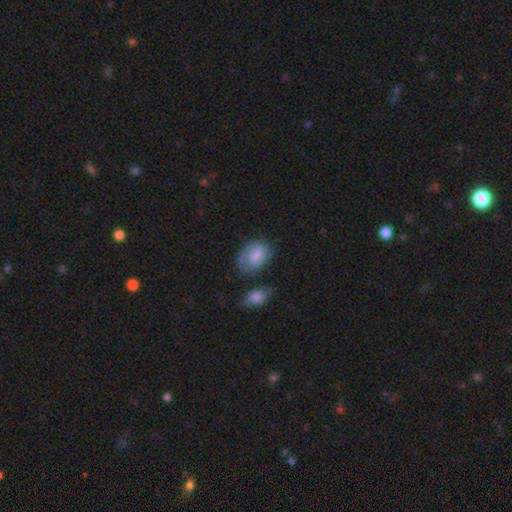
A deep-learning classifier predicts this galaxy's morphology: type=smooth (66%); roundness=in between (77%); merging=none (51%).